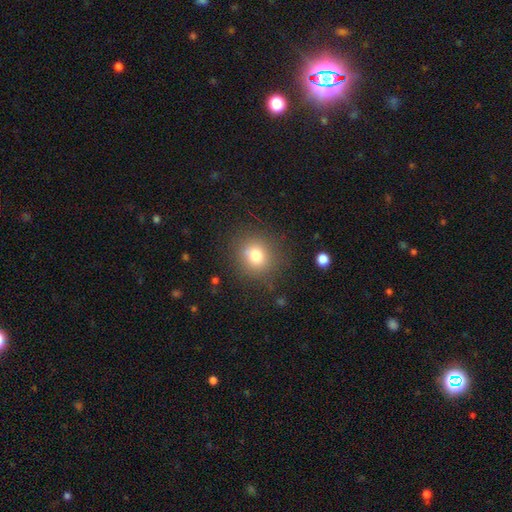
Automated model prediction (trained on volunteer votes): A smooth galaxy with no disk features (76%) that is round (85%). Merging: none (83%).